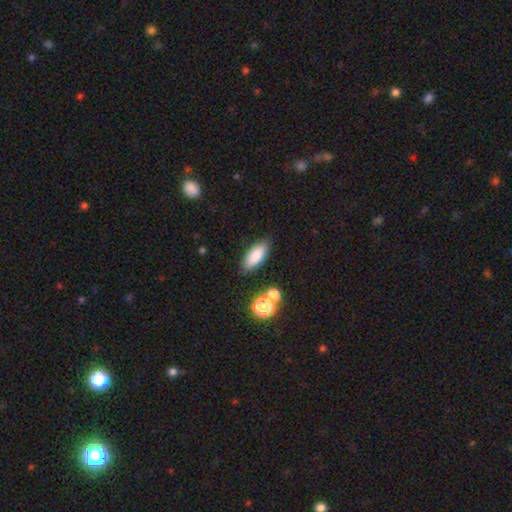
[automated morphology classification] This appears to be a smooth galaxy with no disk features (83%) that is in between round and cigar-shaped (78%). Merging: none (82%).